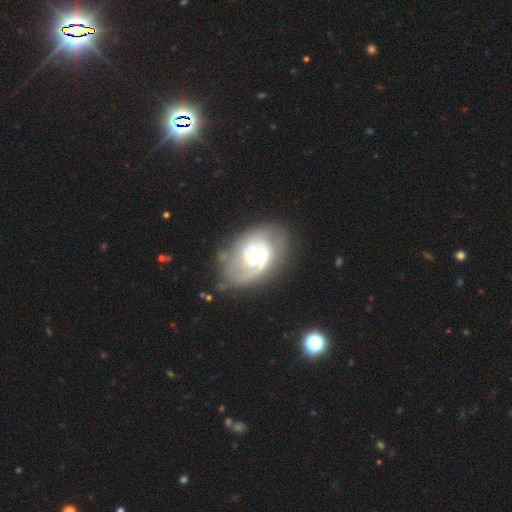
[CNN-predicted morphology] Q: Smooth or featured?
A: featured or disk (89%); runner-up: smooth (6%)
Q: Edge-on disk?
A: no (98%); runner-up: yes (2%)
Q: Bar?
A: no (46%); runner-up: weak (43%)
Q: Spiral arms?
A: yes (97%); runner-up: no (3%)
Q: Spiral winding?
A: tight (55%); runner-up: medium (38%)
Q: Spiral arm count?
A: 2 (74%); runner-up: 3 (9%)
Q: Bulge size?
A: small (46%); runner-up: moderate (45%)
Q: Merging?
A: none (71%); runner-up: minor disturbance (18%)